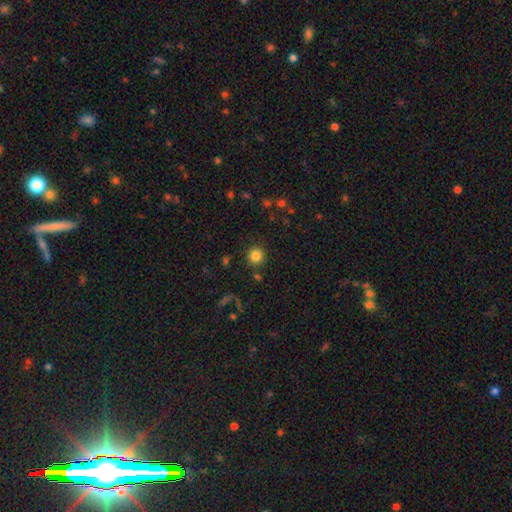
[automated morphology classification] This appears to be a smooth galaxy with no disk features (83%) that is round (91%). Merging: none (87%).